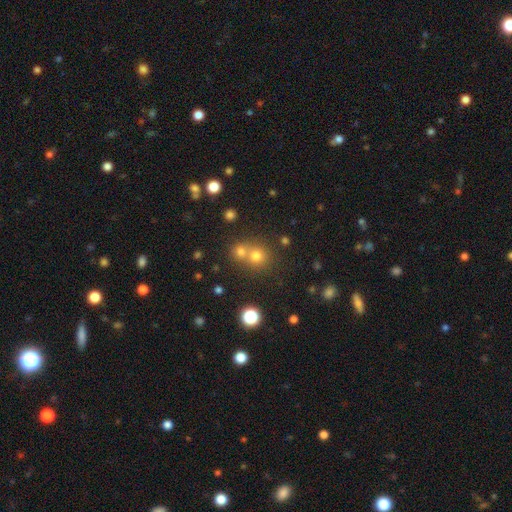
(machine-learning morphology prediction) A smooth galaxy with no disk features (67%) that is round (87%).

Vote fractions:
- Smooth or featured? smooth: 67% / star or artifact: 22% / featured or disk: 11%
- How rounded? round: 87% / in between: 12% / cigar-shaped: 1%
- Merging? none: 49% / merger: 43% / minor disturbance: 5% / major disturbance: 2%